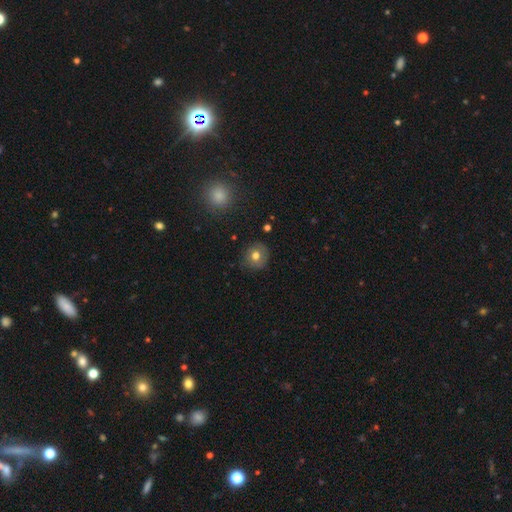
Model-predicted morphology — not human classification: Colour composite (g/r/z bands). It shows a smooth galaxy with no disk features (73%) that is round (89%). Merging: none (83%).